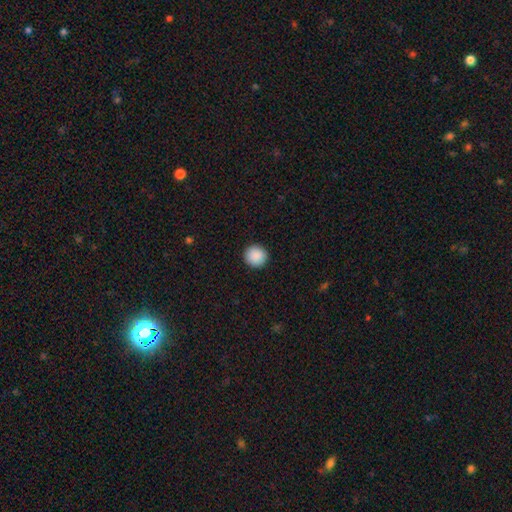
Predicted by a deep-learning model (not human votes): Smooth or featured? Predicted: smooth (p=0.90). How rounded? Predicted: round (p=0.95). Merging? Predicted: none (p=0.93).